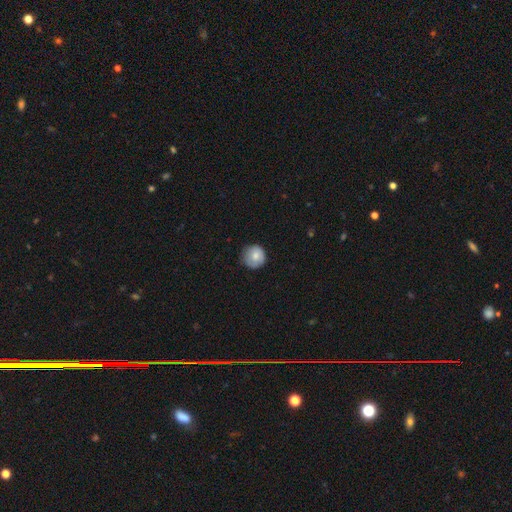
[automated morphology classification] Q: Smooth or featured?
A: smooth (78%); runner-up: featured or disk (15%)
Q: How rounded?
A: round (94%); runner-up: in between (5%)
Q: Merging?
A: none (80%); runner-up: minor disturbance (16%)